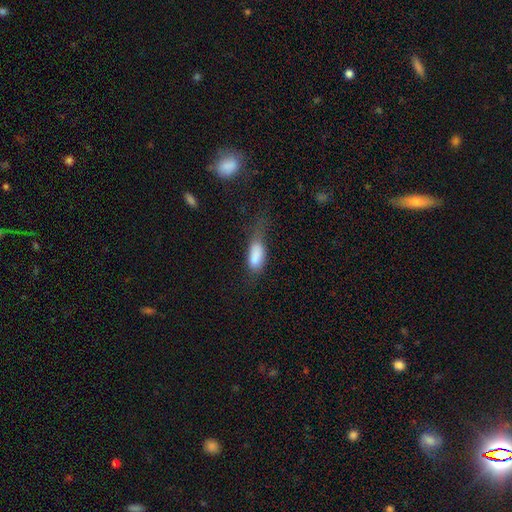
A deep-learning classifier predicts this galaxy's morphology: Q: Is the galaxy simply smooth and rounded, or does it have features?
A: smooth — 79%.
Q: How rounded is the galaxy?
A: in between — 83%.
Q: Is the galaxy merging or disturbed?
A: major disturbance — 35%.